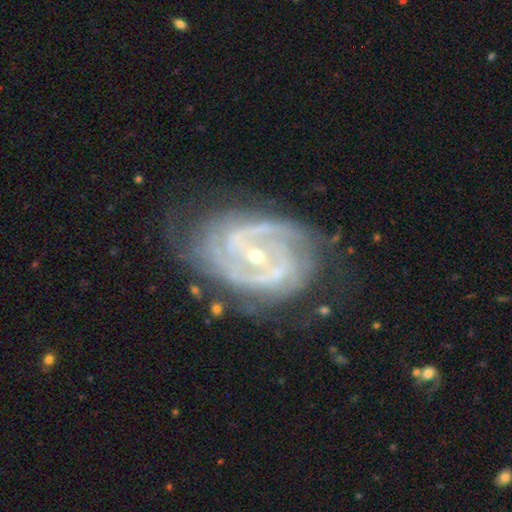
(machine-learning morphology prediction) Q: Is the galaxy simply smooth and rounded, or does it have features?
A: featured or disk — 90%.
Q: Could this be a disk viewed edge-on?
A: no — 97%.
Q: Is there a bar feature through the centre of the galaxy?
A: weak — 40%.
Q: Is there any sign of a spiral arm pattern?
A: yes — 97%.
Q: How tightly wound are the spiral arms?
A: tight — 59%.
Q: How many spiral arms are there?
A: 2 — 48%.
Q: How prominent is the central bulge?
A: small — 70%.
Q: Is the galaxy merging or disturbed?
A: none — 68%.